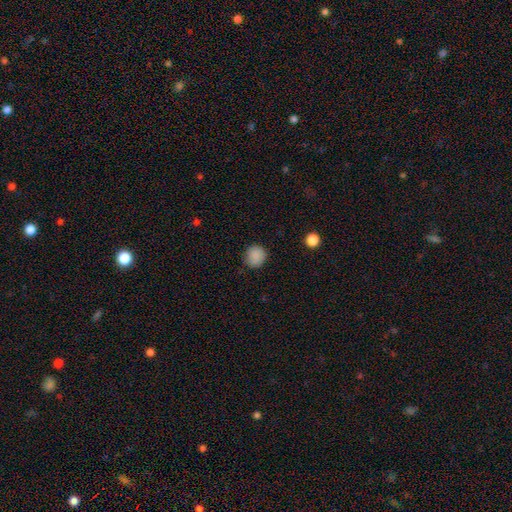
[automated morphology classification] Overall: smooth (87%). How rounded: round (85%). Merging: none (81%).